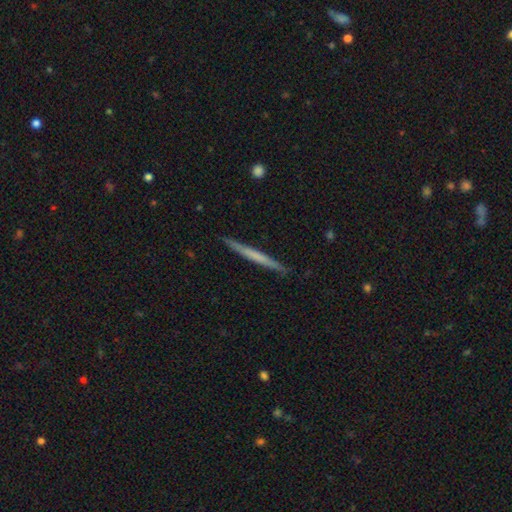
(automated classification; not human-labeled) Overall: smooth (50%; featured or disk 45%). How rounded: cigar-shaped (97%). Merging: none (91%).